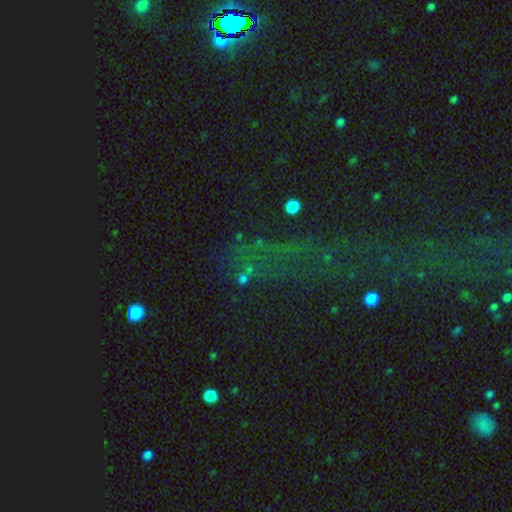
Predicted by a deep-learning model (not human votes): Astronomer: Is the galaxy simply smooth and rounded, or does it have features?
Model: star or artifact — 63%.